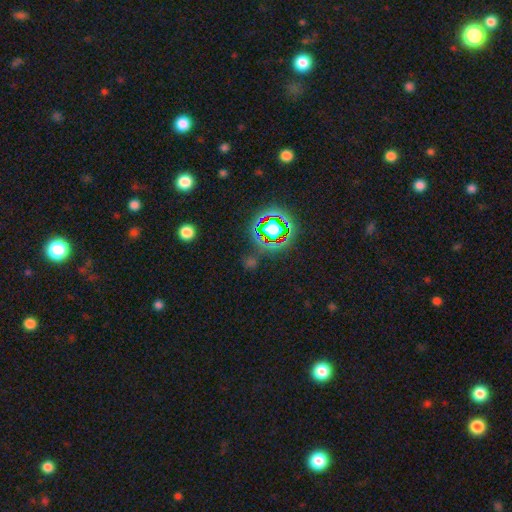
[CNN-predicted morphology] Smooth or featured: star or artifact — 76% (smooth — 16%)